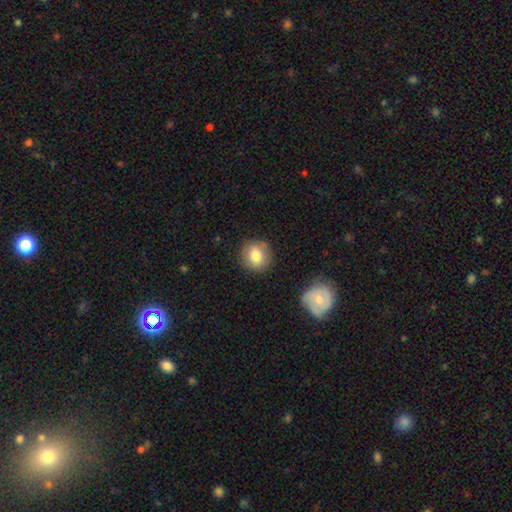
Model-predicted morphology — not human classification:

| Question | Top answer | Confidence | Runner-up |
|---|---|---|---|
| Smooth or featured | smooth | 79% | featured or disk (12%) |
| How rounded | round | 88% | in between (11%) |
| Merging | none | 86% | minor disturbance (9%) |